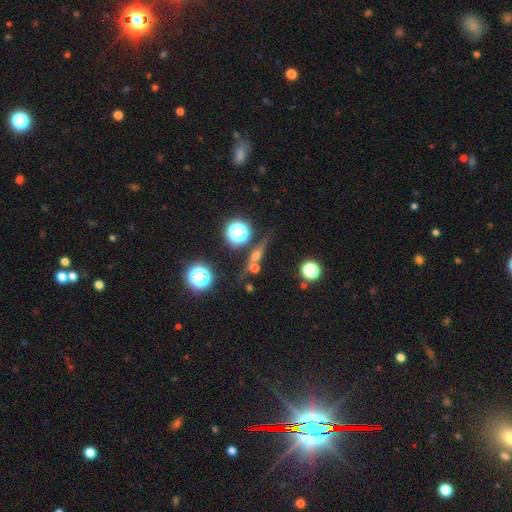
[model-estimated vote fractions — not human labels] Morphology: type=featured or disk (38%); merging=none (64%).